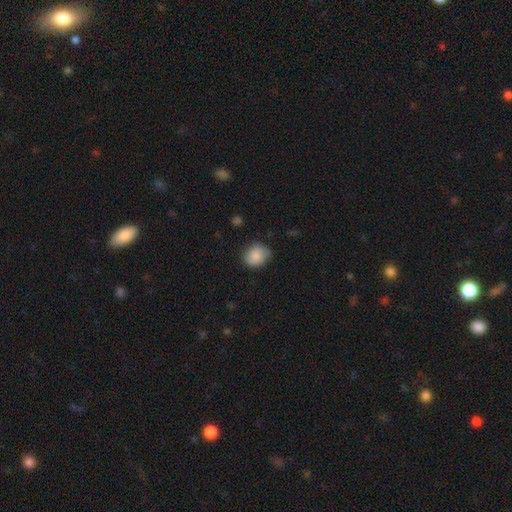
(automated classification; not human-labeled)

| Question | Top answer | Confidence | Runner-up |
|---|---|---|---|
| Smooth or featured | smooth | 83% | featured or disk (10%) |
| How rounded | round | 67% | in between (32%) |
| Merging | none | 72% | minor disturbance (23%) |